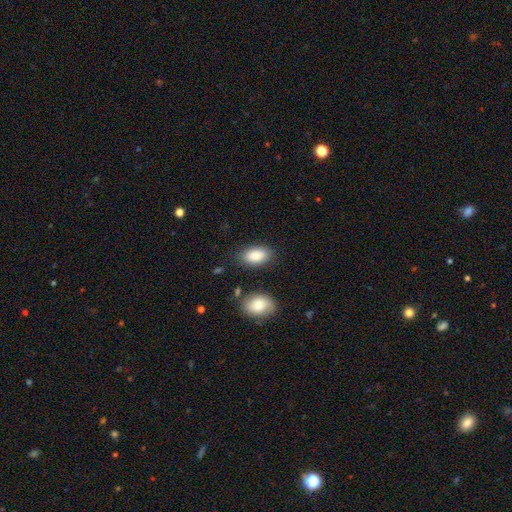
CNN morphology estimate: Smooth or featured? smooth (87%)
How rounded? in between (93%)
Merging? none (80%)